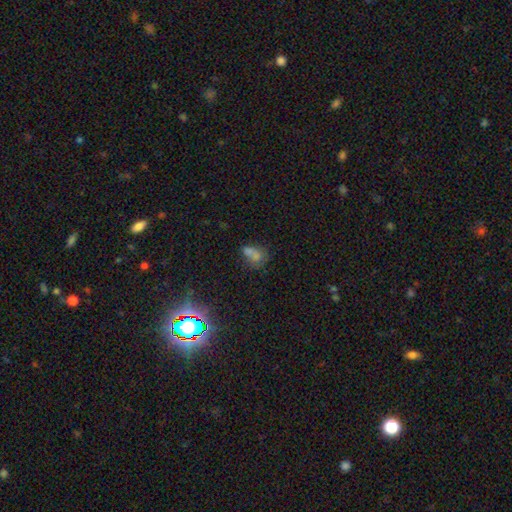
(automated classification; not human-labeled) A smooth galaxy with no disk features (55%) that is in between round and cigar-shaped (54%).

Vote fractions:
- Smooth or featured? smooth: 55% / star or artifact: 29% / featured or disk: 16%
- How rounded? in between: 54% / round: 43% / cigar-shaped: 4%
- Merging? merger: 46% / none: 35% / minor disturbance: 11% / major disturbance: 8%